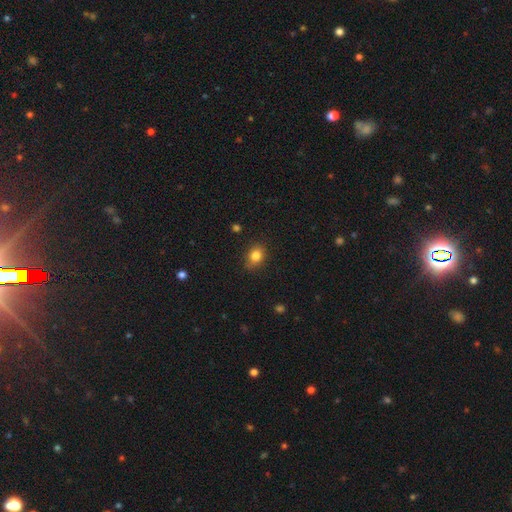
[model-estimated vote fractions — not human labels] smooth-or-featured: smooth: 83% | star or artifact: 11% | featured or disk: 6%
  how-rounded: in between: 50% | round: 49% | cigar-shaped: 1%
  merging: none: 82% | minor disturbance: 14% | major disturbance: 3% | merger: 1%